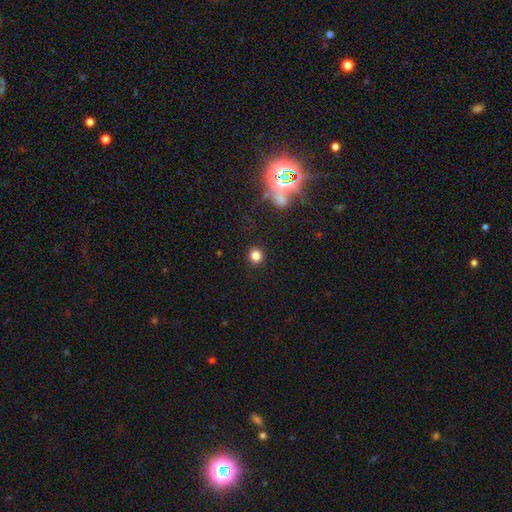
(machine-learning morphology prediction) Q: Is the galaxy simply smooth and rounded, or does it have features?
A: smooth — 81%.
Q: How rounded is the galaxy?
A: round — 90%.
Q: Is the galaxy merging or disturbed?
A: none — 91%.